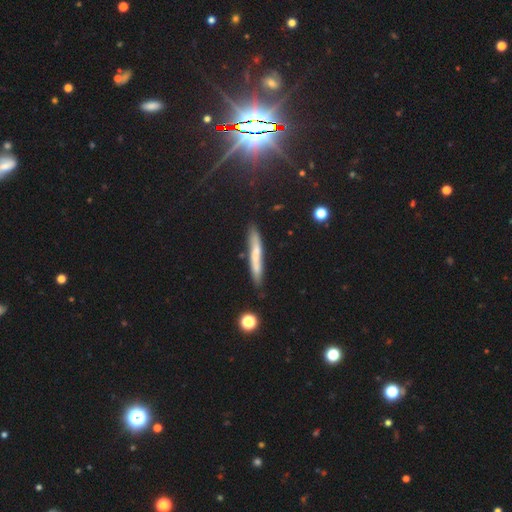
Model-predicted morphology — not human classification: smooth_or_featured: smooth (p=0.54) [alt: featured or disk p=0.38]
how_rounded: cigar-shaped (p=0.94) [alt: in between p=0.05]
merging: none (p=0.77) [alt: minor disturbance p=0.16]